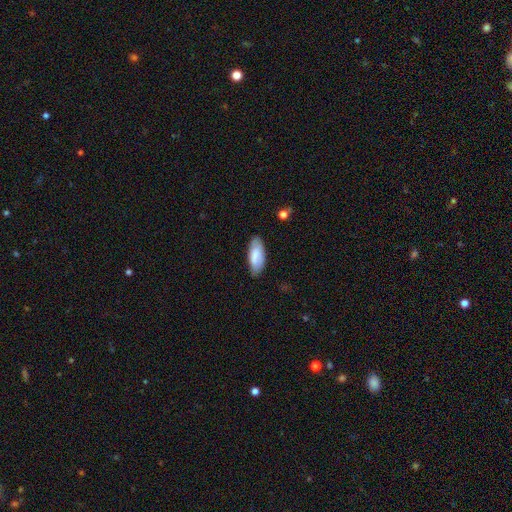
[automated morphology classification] A smooth galaxy with no disk features (77%) that is in between round and cigar-shaped (83%).

Vote fractions:
- Smooth or featured? smooth: 77% / featured or disk: 17% / star or artifact: 6%
- How rounded? in between: 83% / cigar-shaped: 15% / round: 2%
- Merging? none: 79% / minor disturbance: 17% / major disturbance: 3% / merger: 1%